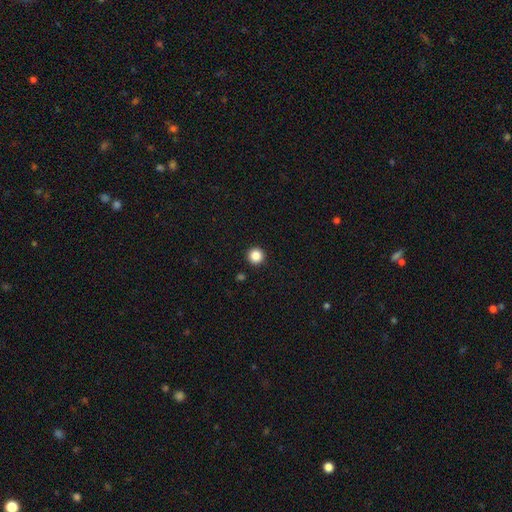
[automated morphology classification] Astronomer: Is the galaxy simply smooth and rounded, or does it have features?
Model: smooth — 86%.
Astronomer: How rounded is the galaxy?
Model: round — 97%.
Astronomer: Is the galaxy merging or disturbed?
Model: none — 94%.